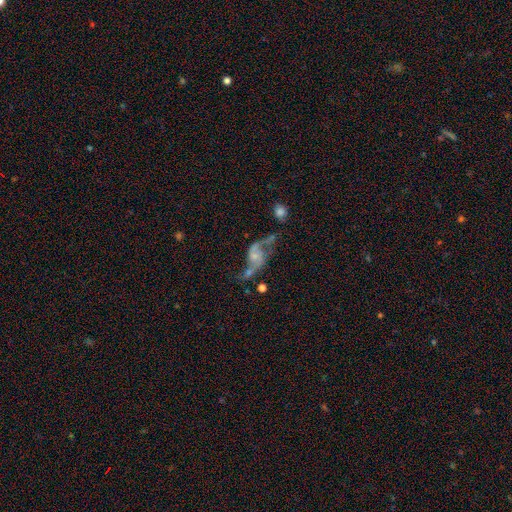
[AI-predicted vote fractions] This is clearly a featured or disk galaxy (80%). It is clearly not viewed edge-on (97%). Bar: likely no (65%). Spiral arm pattern: clearly yes (89%). Spiral arm count: clearly 2 (91%). Spiral winding: clearly loose (80%). Central bulge: possibly small (51%). Merging: marginally none (37%).